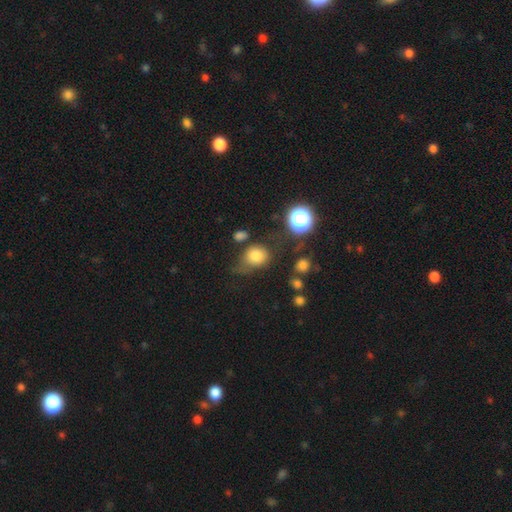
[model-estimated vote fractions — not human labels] This appears to be a smooth galaxy with no disk features (78%) that is round (63%). Merging: none (48%).